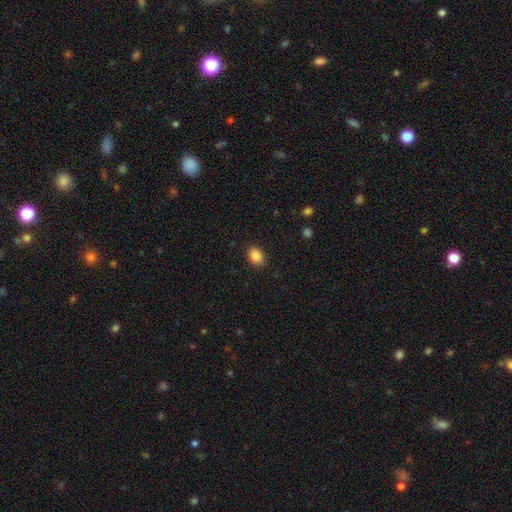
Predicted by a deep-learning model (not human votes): This appears to be a smooth galaxy with no disk features (88%) that is in between round and cigar-shaped (70%). Merging: none (86%).